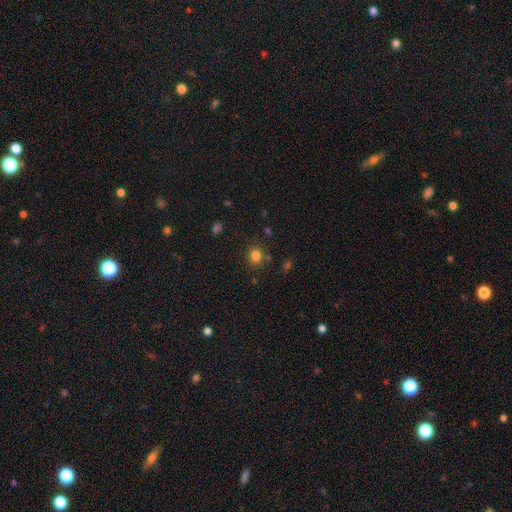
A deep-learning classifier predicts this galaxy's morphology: This is clearly a smooth galaxy (82%). How rounded: clearly round (81%). Merging: clearly none (82%).